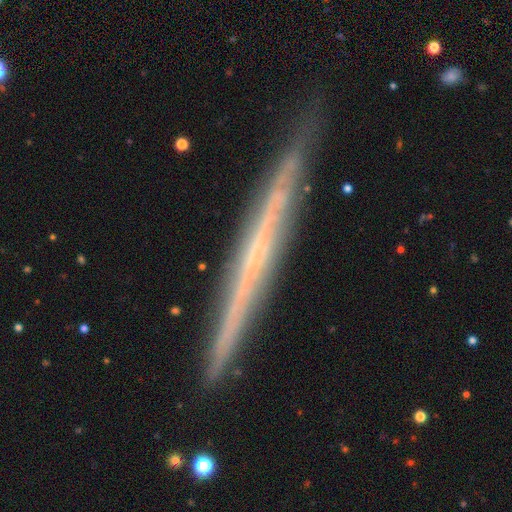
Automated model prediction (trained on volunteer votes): A featured or disk galaxy (72%) viewed edge-on (97%) with no central bulge (84%).

Vote fractions:
- Smooth or featured? featured or disk: 72% / smooth: 21% / star or artifact: 7%
- Edge-on disk? yes: 97% / no: 3%
- Edge-on bulge? none: 84% / rounded: 11% / boxy: 5%
- Merging? none: 88% / minor disturbance: 9% / major disturbance: 1% / merger: 1%